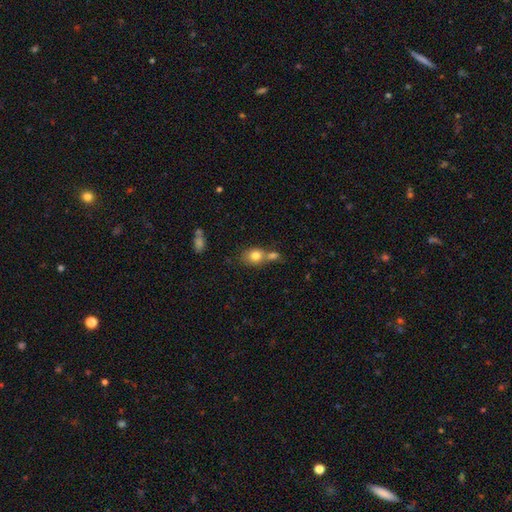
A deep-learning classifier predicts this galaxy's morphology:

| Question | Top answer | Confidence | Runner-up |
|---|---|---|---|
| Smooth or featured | smooth | 80% | featured or disk (11%) |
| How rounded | round | 50% | in between (48%) |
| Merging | merger | 45% | none (41%) |